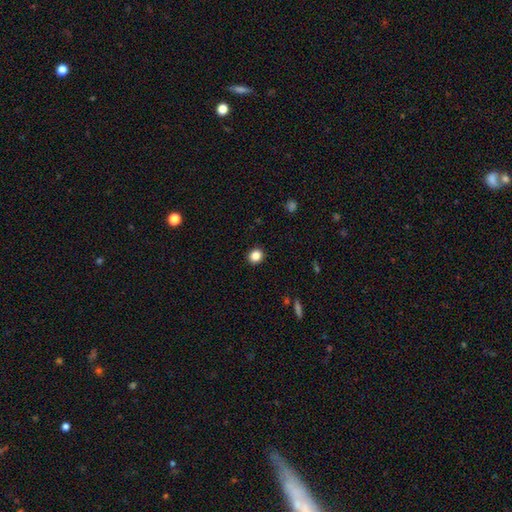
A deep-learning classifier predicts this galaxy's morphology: This appears to be a smooth galaxy with no disk features (85%) that is round (84%). Merging: none (92%).